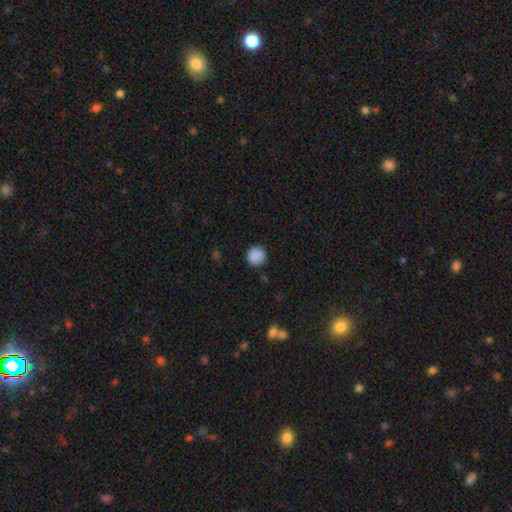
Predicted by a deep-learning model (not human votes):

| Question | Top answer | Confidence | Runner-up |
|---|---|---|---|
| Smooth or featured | smooth | 89% | star or artifact (8%) |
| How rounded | round | 93% | in between (6%) |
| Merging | none | 90% | minor disturbance (7%) |